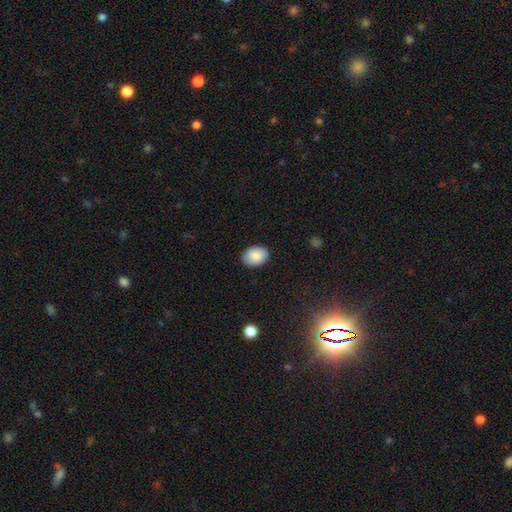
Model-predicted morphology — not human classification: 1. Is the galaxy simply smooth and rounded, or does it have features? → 87% smooth, 7% featured or disk, 7% star or artifact.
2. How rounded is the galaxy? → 78% in between, 21% round, 1% cigar-shaped.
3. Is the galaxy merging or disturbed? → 88% none, 9% minor disturbance, 2% major disturbance, 1% merger.